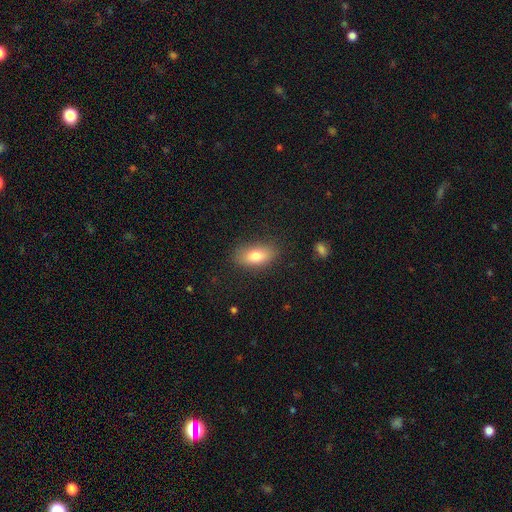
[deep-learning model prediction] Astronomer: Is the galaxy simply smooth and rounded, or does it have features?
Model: smooth — 77%.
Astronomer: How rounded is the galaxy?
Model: in between — 87%.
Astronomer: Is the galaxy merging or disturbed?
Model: none — 82%.